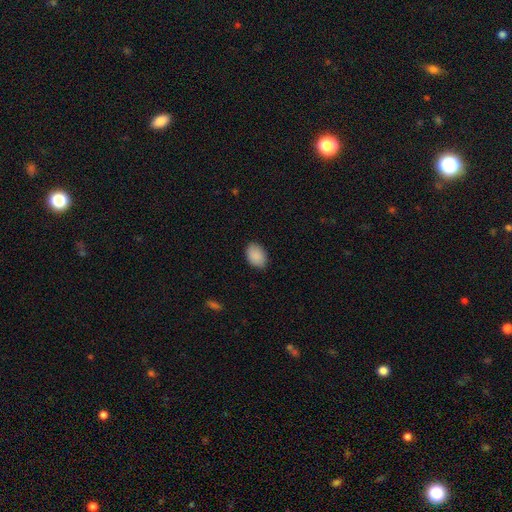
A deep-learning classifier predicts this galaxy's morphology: type=smooth (90%); roundness=in between (86%); merging=none (87%).